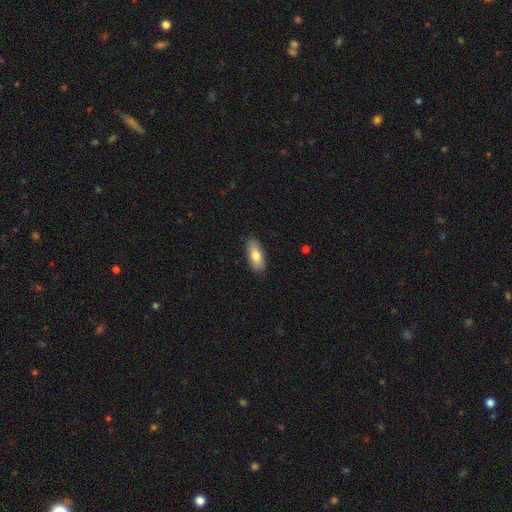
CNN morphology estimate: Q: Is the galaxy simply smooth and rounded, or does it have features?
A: smooth — 79%.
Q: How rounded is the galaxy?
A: in between — 84%.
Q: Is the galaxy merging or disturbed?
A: none — 86%.